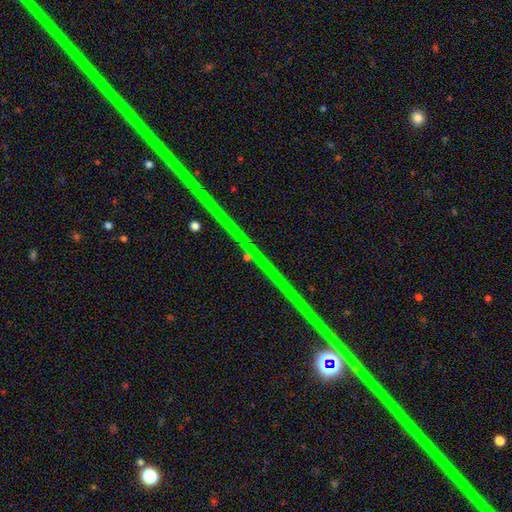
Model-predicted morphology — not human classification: Smooth or featured?
  - star or artifact: 88% *
  - featured or disk: 7%
  - smooth: 5%